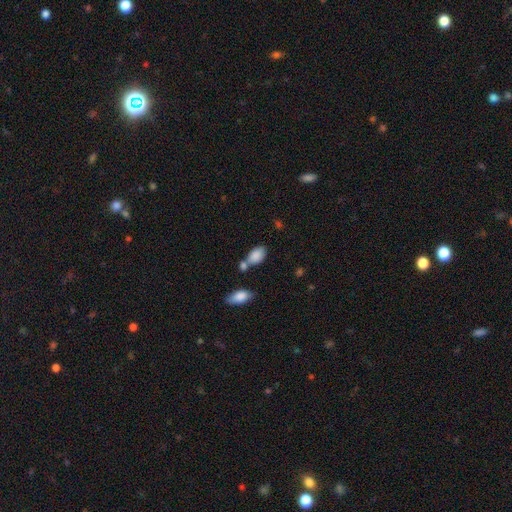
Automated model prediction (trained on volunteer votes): smooth-or-featured: smooth: 86% | star or artifact: 8% | featured or disk: 7%
  how-rounded: in between: 90% | round: 8% | cigar-shaped: 2%
  merging: none: 49% | merger: 30% | minor disturbance: 16% | major disturbance: 5%